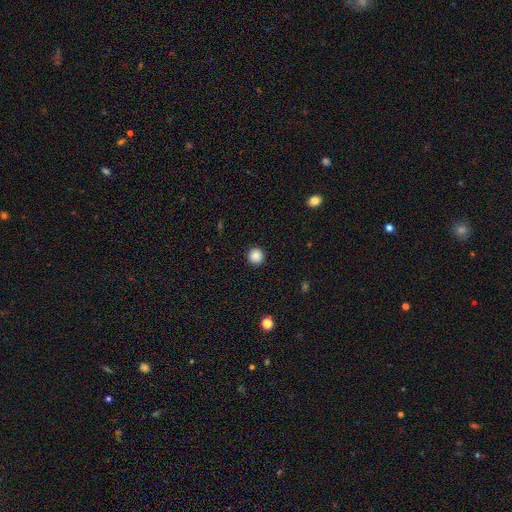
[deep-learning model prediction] A smooth galaxy with no disk features (85%) that is round (95%).

Vote fractions:
- Smooth or featured? smooth: 85% / star or artifact: 10% / featured or disk: 5%
- How rounded? round: 95% / in between: 4% / cigar-shaped: 1%
- Merging? none: 92% / minor disturbance: 5% / major disturbance: 2% / merger: 1%